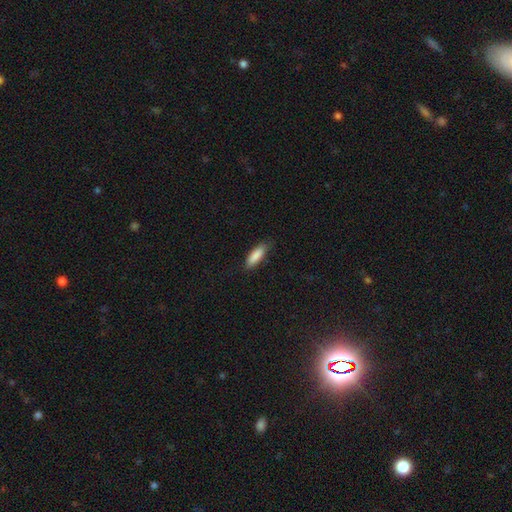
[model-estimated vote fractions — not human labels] Overall: smooth (87%). How rounded: in between (52%; cigar-shaped 47%). Merging: none (82%).